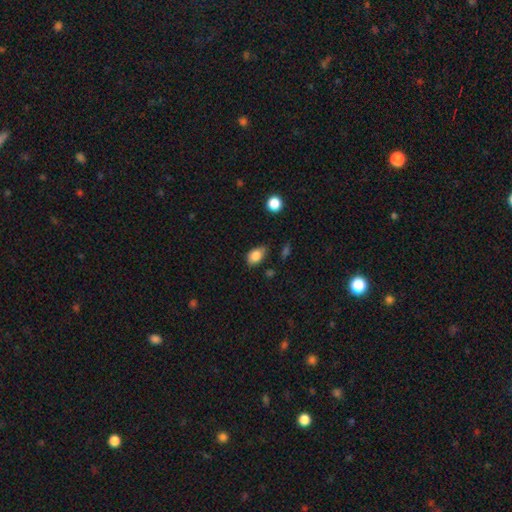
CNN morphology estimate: This is clearly a smooth galaxy (84%). How rounded: clearly in between (83%). Merging: likely none (64%).